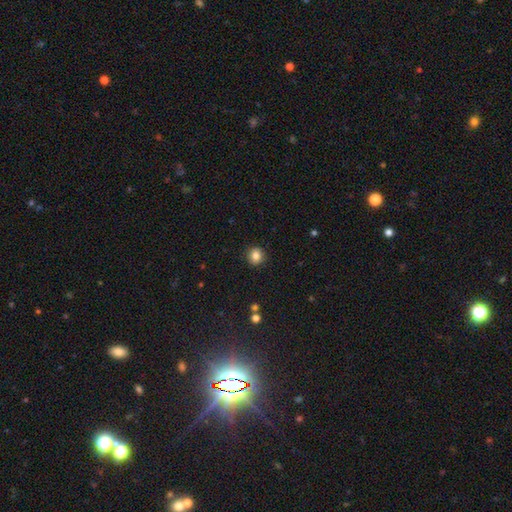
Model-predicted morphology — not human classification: This is clearly a smooth galaxy (84%). How rounded: clearly round (88%). Merging: clearly none (92%).